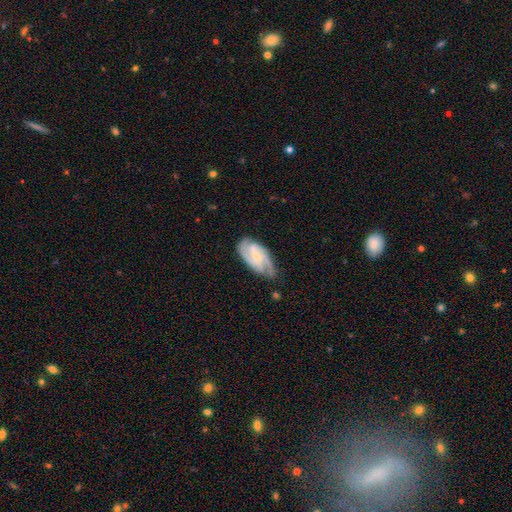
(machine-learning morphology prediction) This is clearly a featured or disk galaxy (86%). It is clearly not viewed edge-on (97%). Bar: possibly no (49%). Spiral arm pattern: clearly yes (97%). Spiral arm count: marginally 3 (40%, tied with 2). Spiral winding: possibly medium (47%). Central bulge: likely small (65%). Merging: likely none (71%).